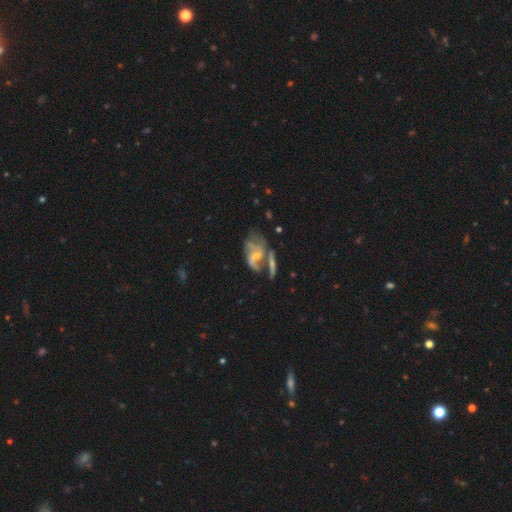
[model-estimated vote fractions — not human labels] A featured or disk galaxy (73%) with no bar (46%), 2 (57%) loose (48%) spiral arms (78%) and a small central bulge (55%). Merging: merger (35%).